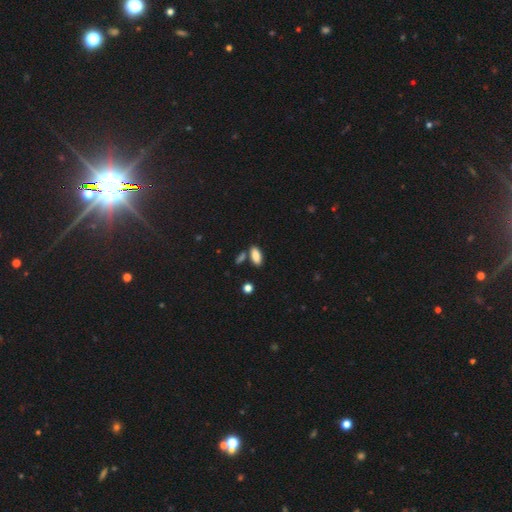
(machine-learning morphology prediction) This appears to be a smooth galaxy with no disk features (87%) that is in between round and cigar-shaped (84%). Merging: none (75%).